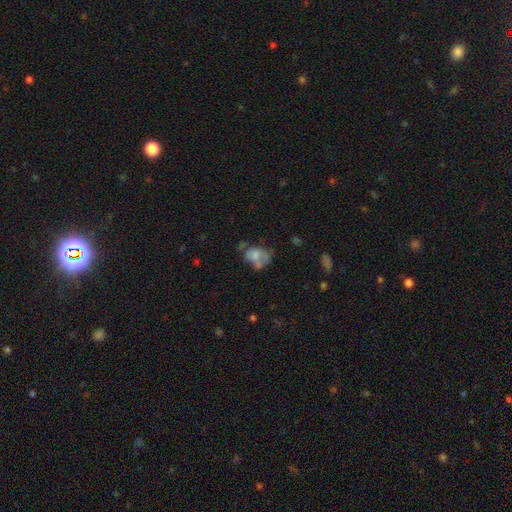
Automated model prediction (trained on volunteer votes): This is possibly a smooth galaxy (58%). How rounded: likely in between (71%). Merging: marginally none (29%).